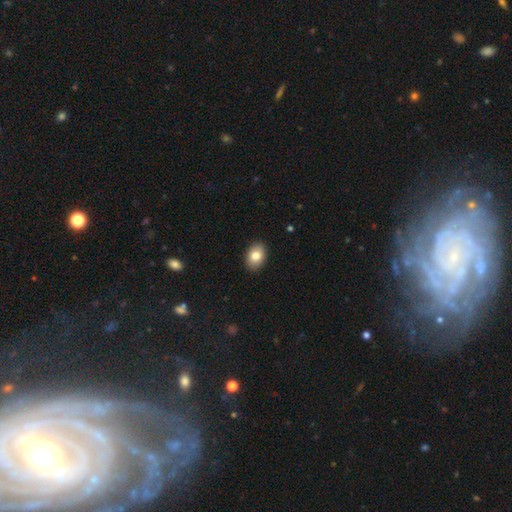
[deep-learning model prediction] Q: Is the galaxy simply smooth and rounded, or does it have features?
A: smooth — 83%.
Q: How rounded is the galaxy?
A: in between — 80%.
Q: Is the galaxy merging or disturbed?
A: none — 90%.